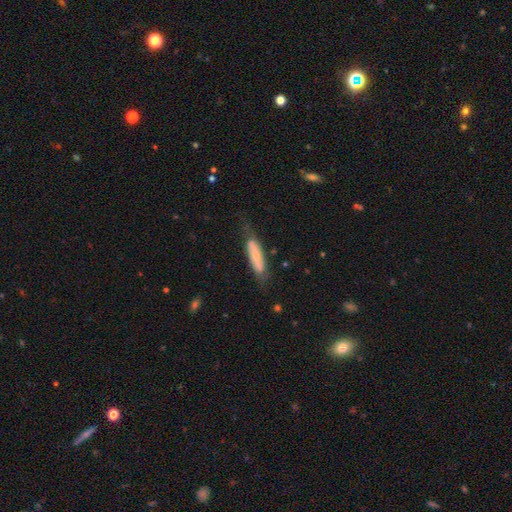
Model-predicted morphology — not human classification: This is possibly a smooth galaxy (54%). How rounded: possibly cigar-shaped (59%). Merging: possibly none (57%).